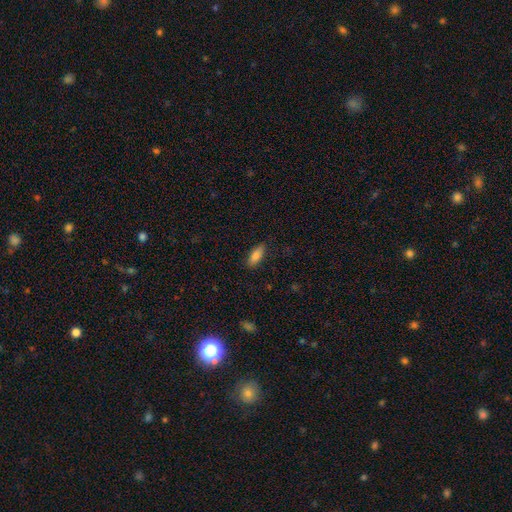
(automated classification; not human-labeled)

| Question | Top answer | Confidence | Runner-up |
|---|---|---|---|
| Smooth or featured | smooth | 81% | featured or disk (11%) |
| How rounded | in between | 75% | cigar-shaped (22%) |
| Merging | none | 86% | minor disturbance (11%) |